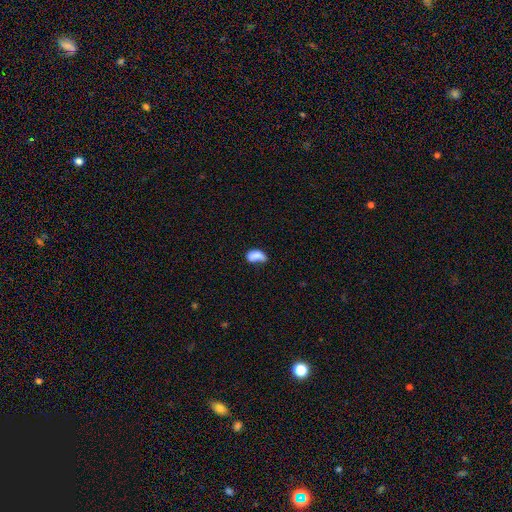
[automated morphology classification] A smooth galaxy with no disk features (77%) that is in between round and cigar-shaped (89%).

Vote fractions:
- Smooth or featured? smooth: 77% / featured or disk: 14% / star or artifact: 9%
- How rounded? in between: 89% / round: 7% / cigar-shaped: 4%
- Merging? none: 35% / minor disturbance: 34% / major disturbance: 22% / merger: 10%